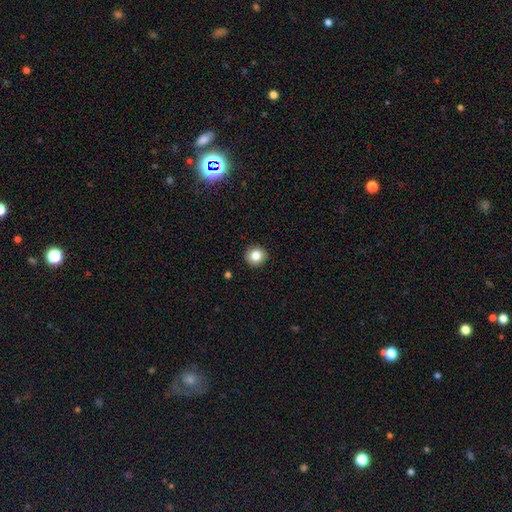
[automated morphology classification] This is clearly a smooth galaxy (83%). How rounded: clearly round (92%). Merging: clearly none (92%).